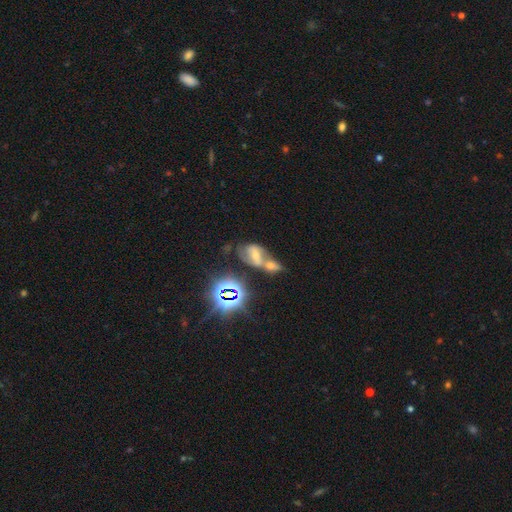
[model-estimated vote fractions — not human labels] Smooth or featured?
  - featured or disk: 39% *
  - star or artifact: 31%
  - smooth: 30%
Merging?
  - merger: 62% *
  - none: 21%
  - minor disturbance: 10%
  - major disturbance: 8%